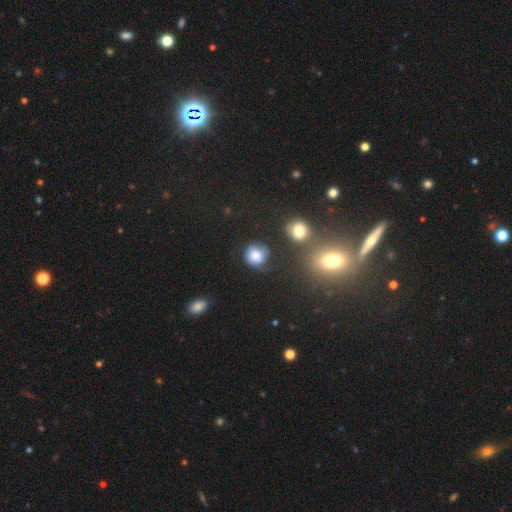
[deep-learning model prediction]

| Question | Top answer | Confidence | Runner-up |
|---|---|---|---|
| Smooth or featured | smooth | 74% | featured or disk (15%) |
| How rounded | round | 81% | in between (18%) |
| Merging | none | 53% | minor disturbance (27%) |